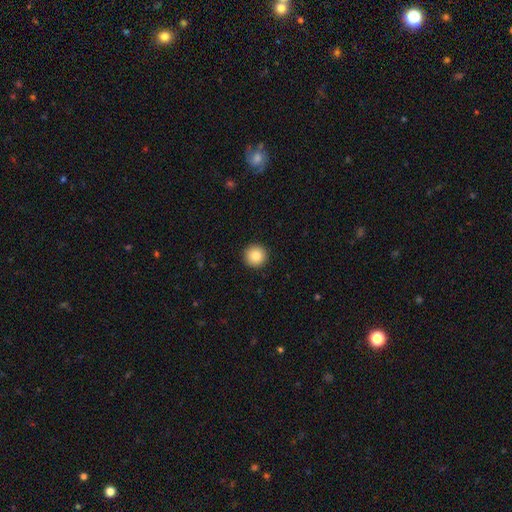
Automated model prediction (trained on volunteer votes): A smooth galaxy with no disk features (84%) that is round (96%). Merging: none (93%).